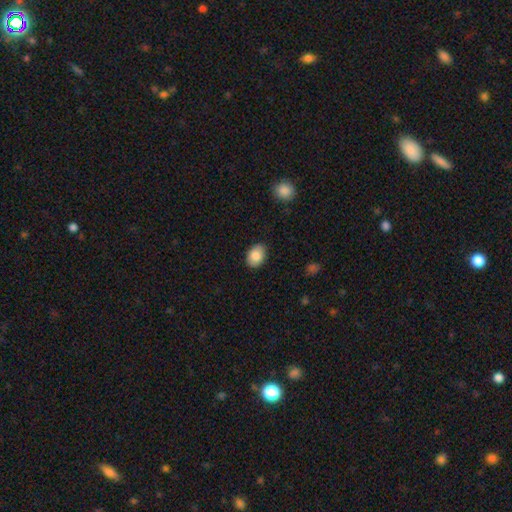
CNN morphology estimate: smooth-or-featured: smooth: 85% | featured or disk: 8% | star or artifact: 7%
  how-rounded: in between: 74% | round: 25% | cigar-shaped: 1%
  merging: none: 86% | minor disturbance: 11% | major disturbance: 2% | merger: 1%